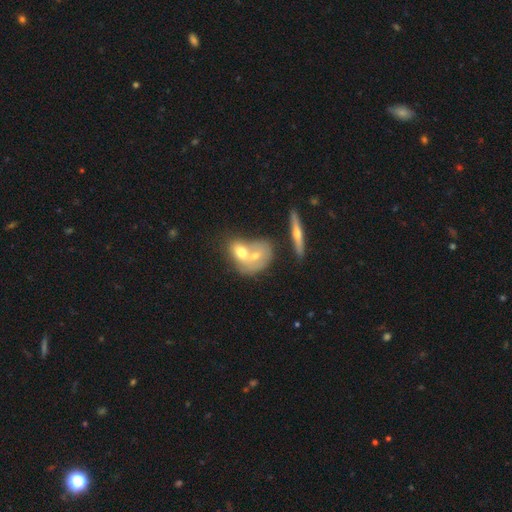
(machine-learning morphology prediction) Smooth or featured? Predicted: smooth (p=0.49). Merging? Predicted: merger (p=0.62).